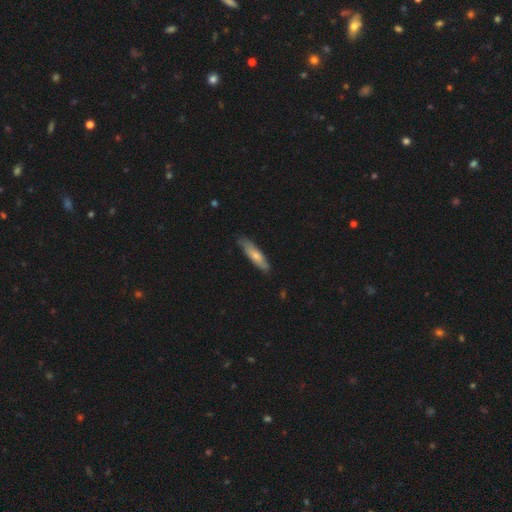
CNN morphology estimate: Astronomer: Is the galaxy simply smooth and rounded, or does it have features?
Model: smooth — 60%.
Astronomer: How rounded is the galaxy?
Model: cigar-shaped — 69%.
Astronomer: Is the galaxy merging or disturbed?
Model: none — 76%.